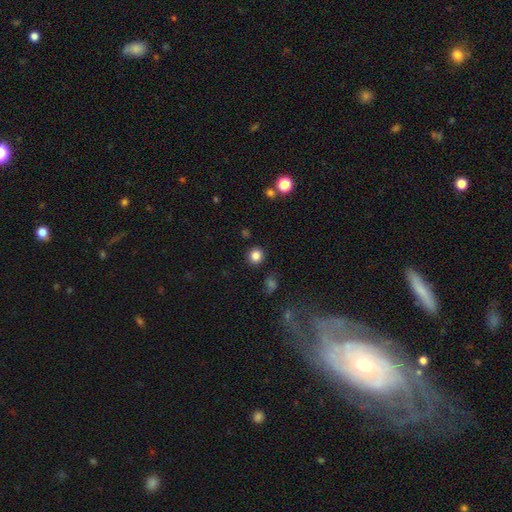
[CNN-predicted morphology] type=smooth (84%); roundness=round (89%); merging=none (89%).